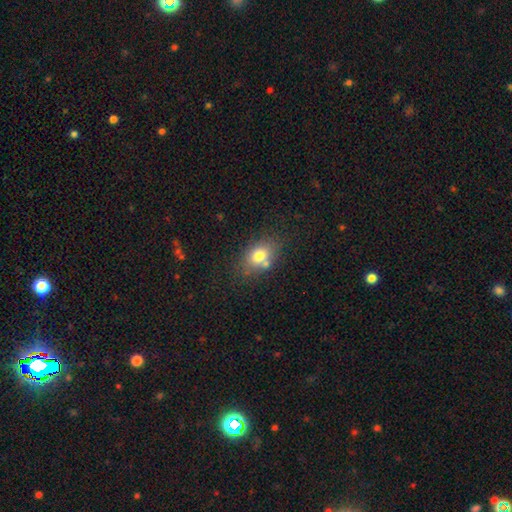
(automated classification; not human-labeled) A smooth galaxy with no disk features (65%) that is in between round and cigar-shaped (68%).

Vote fractions:
- Smooth or featured? smooth: 65% / star or artifact: 26% / featured or disk: 9%
- How rounded? in between: 68% / round: 30% / cigar-shaped: 2%
- Merging? none: 86% / minor disturbance: 10% / major disturbance: 3% / merger: 2%